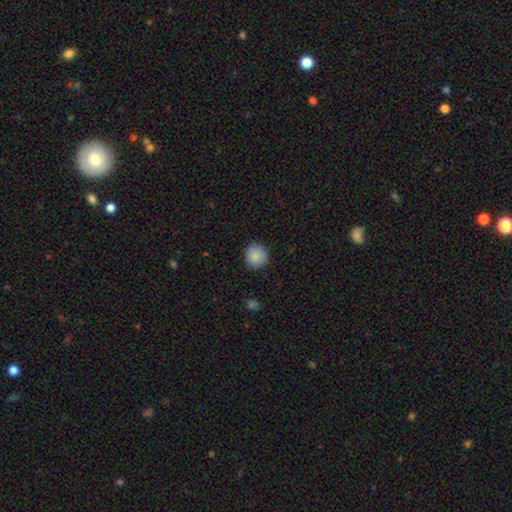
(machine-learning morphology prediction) Smooth or featured?
  - smooth: 88% *
  - star or artifact: 8%
  - featured or disk: 5%
How rounded?
  - round: 92% *
  - in between: 7%
  - cigar-shaped: 1%
Merging?
  - none: 88% *
  - minor disturbance: 9%
  - major disturbance: 2%
  - merger: 1%